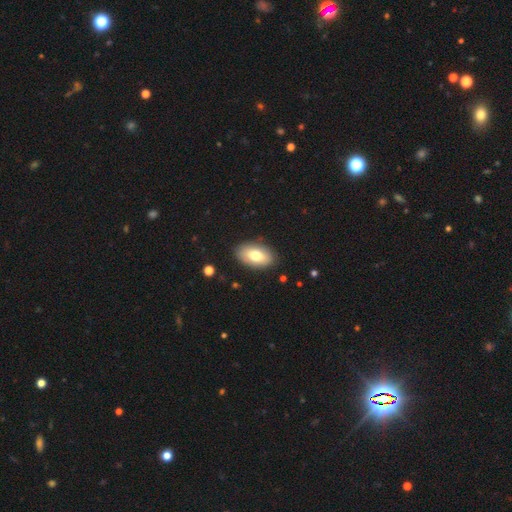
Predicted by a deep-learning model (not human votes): Overall: smooth (75%). How rounded: in between (93%). Merging: none (87%).